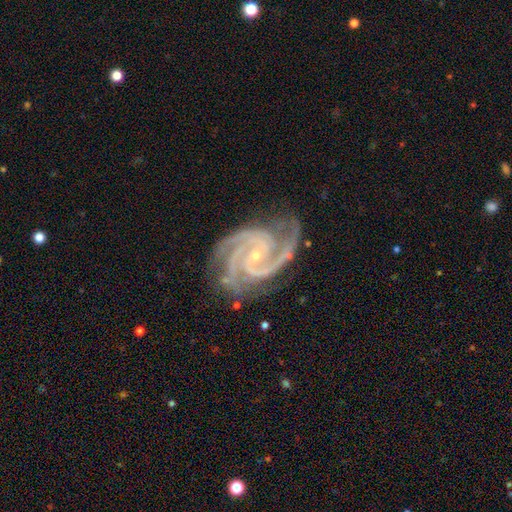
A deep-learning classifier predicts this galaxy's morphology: featured or disk 94%, star or artifact 4%, smooth 2%. Down the decision tree: edge-on disk — no (98%); bar — no (56%); spiral arms — yes (99%); spiral arm count — 3 (52%); spiral winding — tight (57%); bulge size — small (78%); merging — none (73%).